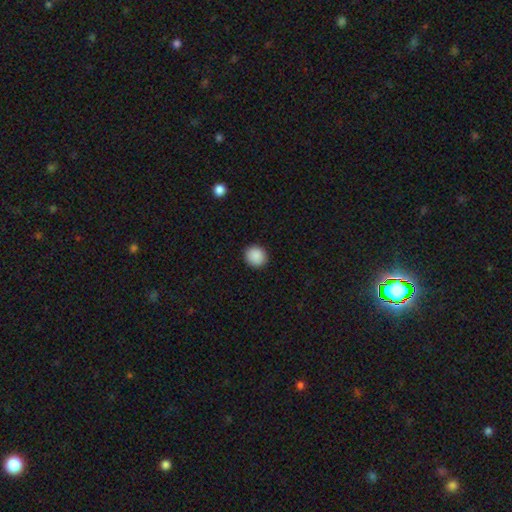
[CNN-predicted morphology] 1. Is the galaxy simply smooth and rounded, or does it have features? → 90% smooth, 8% star or artifact, 2% featured or disk.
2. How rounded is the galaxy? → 84% round, 15% in between, 1% cigar-shaped.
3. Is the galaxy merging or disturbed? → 91% none, 6% minor disturbance, 2% major disturbance, 1% merger.